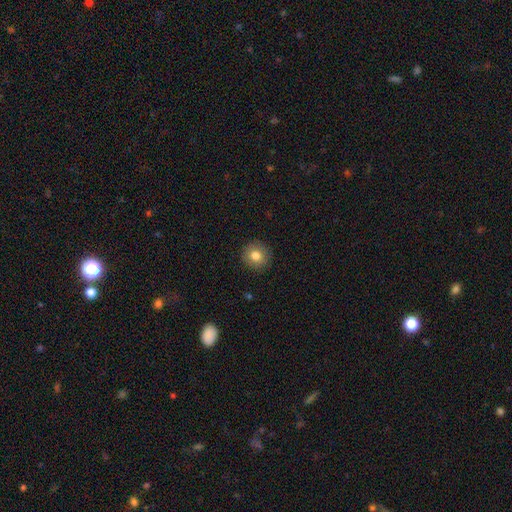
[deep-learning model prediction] Smooth or featured? smooth (81%)
How rounded? round (92%)
Merging? none (91%)